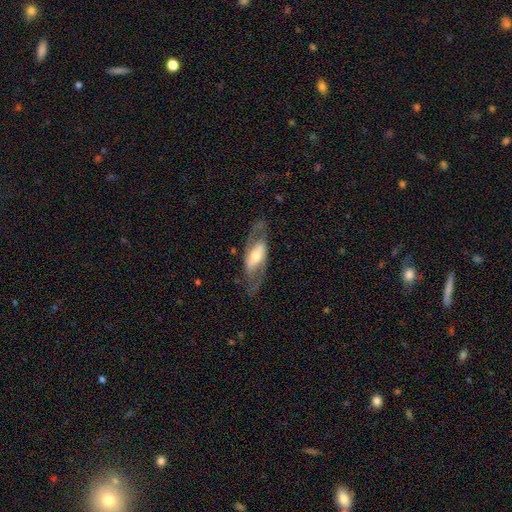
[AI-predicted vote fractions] Q: Smooth or featured?
A: featured or disk (75%); runner-up: smooth (19%)
Q: Edge-on disk?
A: no (86%); runner-up: yes (14%)
Q: Bar?
A: strong (38%); runner-up: weak (34%)
Q: Spiral arms?
A: yes (77%); runner-up: no (23%)
Q: Bulge size?
A: moderate (55%); runner-up: small (26%)
Q: Merging?
A: none (73%); runner-up: minor disturbance (15%)